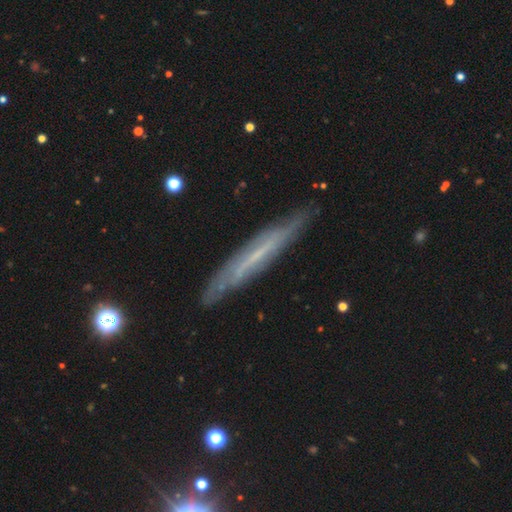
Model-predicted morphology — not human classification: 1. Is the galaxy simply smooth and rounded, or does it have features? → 65% featured or disk, 27% smooth, 8% star or artifact.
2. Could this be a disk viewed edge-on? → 76% yes, 24% no.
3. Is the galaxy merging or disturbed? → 82% none, 14% minor disturbance, 3% major disturbance, 2% merger.